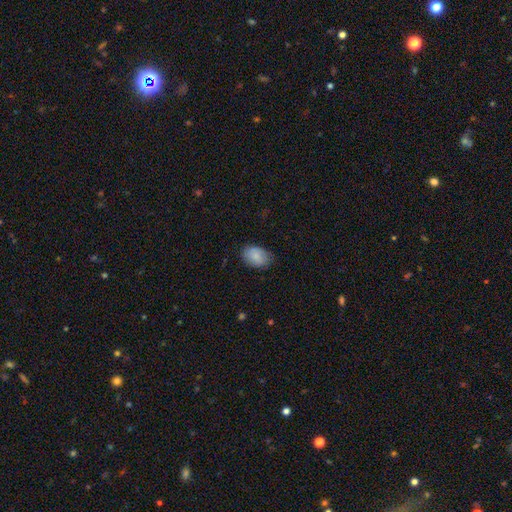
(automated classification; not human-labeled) smooth 85%, featured or disk 8%, star or artifact 7%. Down the decision tree: how rounded — in between (83%); merging — none (76%).